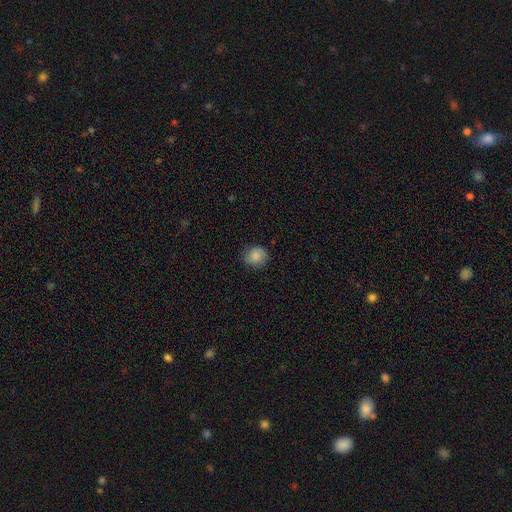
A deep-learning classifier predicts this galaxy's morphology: A smooth galaxy with no disk features (84%) that is round (80%).

Vote fractions:
- Smooth or featured? smooth: 84% / star or artifact: 8% / featured or disk: 7%
- How rounded? round: 80% / in between: 19% / cigar-shaped: 1%
- Merging? none: 83% / minor disturbance: 13% / major disturbance: 3% / merger: 1%